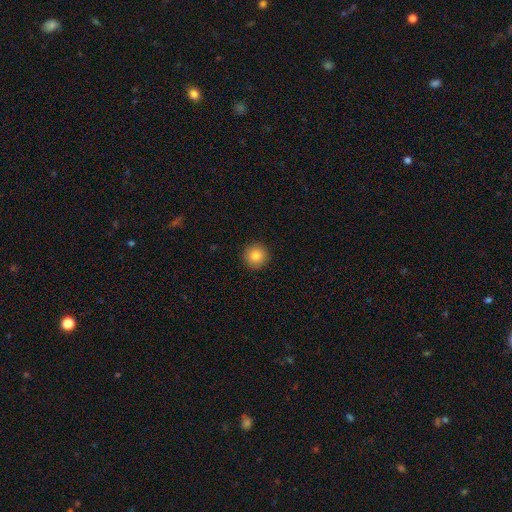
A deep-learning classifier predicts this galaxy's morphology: Smooth or featured? smooth (84%)
How rounded? round (96%)
Merging? none (93%)